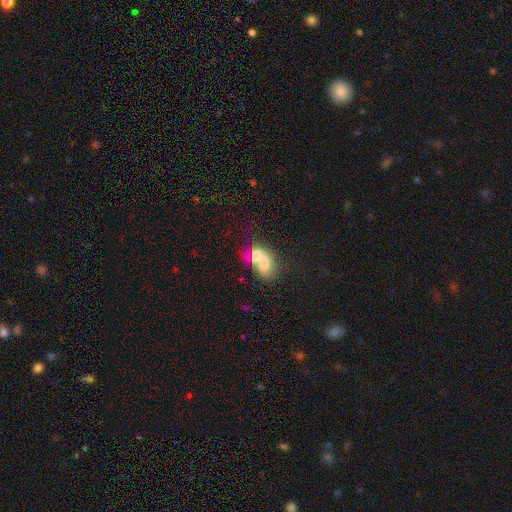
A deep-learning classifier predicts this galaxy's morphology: Q: Smooth or featured?
A: smooth (60%); runner-up: featured or disk (29%)
Q: How rounded?
A: in between (79%); runner-up: round (19%)
Q: Merging?
A: merger (68%); runner-up: none (16%)